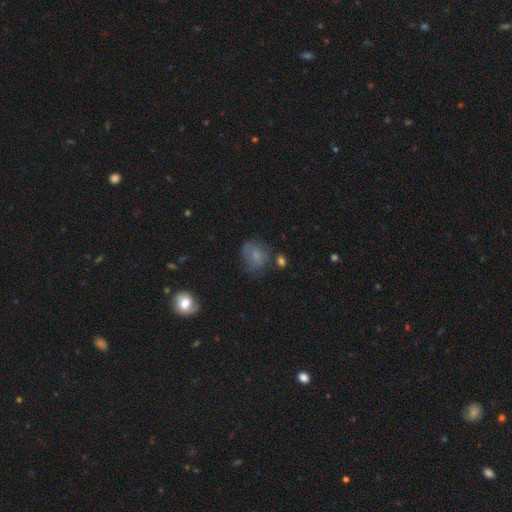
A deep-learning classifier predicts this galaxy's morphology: A smooth galaxy with no disk features (65%) that is round (56%). Merging: none (49%).